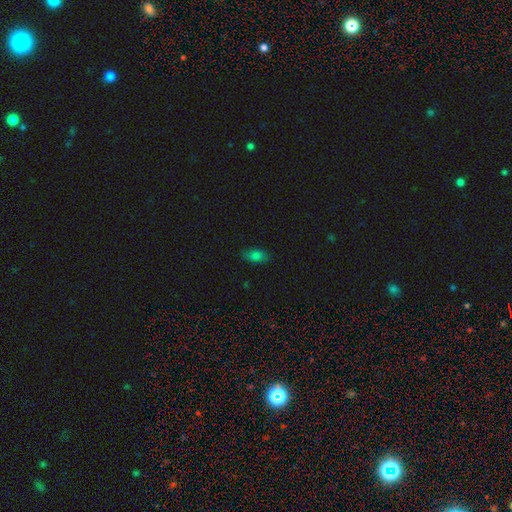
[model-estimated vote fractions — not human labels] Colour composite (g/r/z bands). It shows a smooth galaxy with no disk features (79%) that is in between round and cigar-shaped (89%). Merging: none (83%).